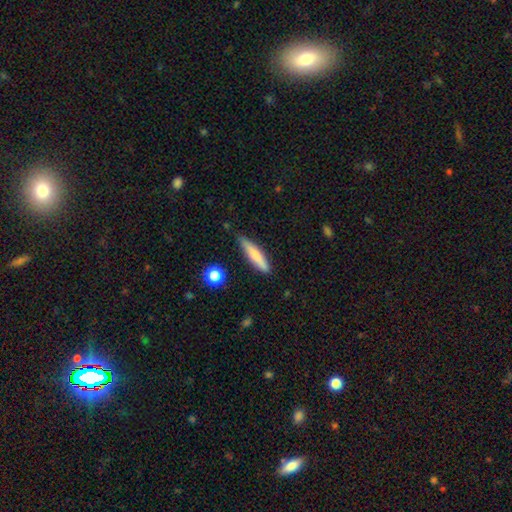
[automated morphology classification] Smooth or featured? smooth (69%)
How rounded? cigar-shaped (84%)
Merging? none (81%)